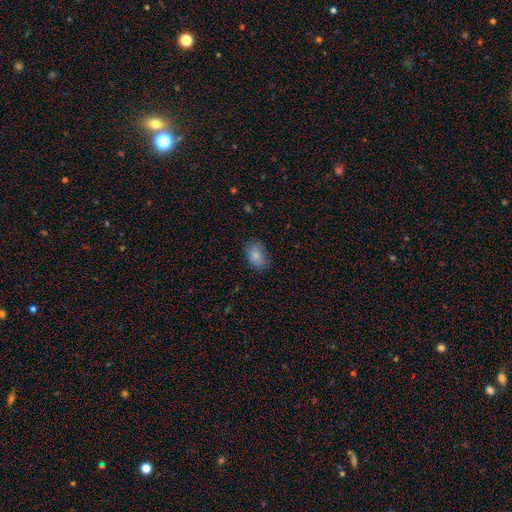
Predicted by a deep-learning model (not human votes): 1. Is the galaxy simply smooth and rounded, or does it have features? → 83% smooth, 9% featured or disk, 8% star or artifact.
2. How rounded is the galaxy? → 85% in between, 13% round, 1% cigar-shaped.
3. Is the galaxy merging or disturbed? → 78% none, 17% minor disturbance, 4% major disturbance, 1% merger.